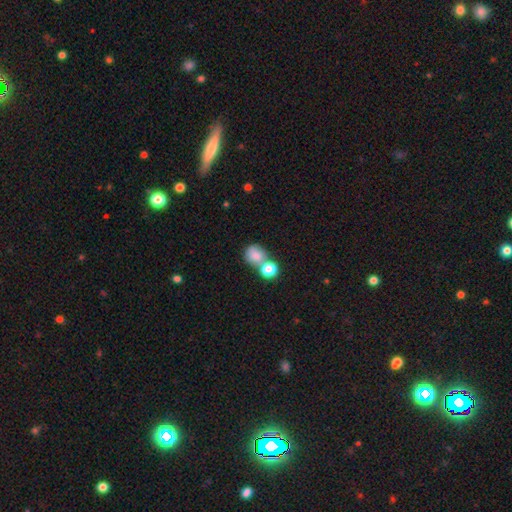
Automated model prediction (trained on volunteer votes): Overall: smooth (80%). How rounded: round (70%). Merging: none (42%, tied with merger).